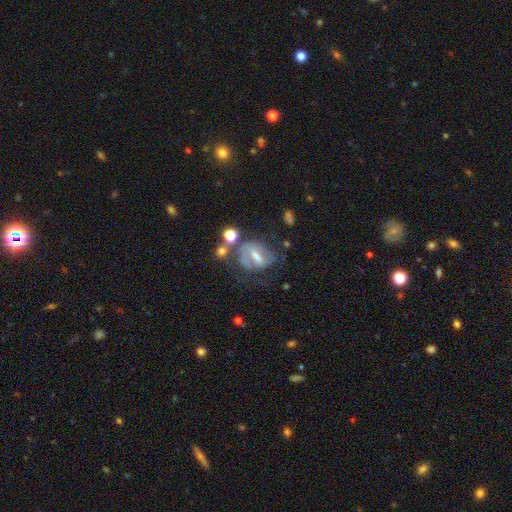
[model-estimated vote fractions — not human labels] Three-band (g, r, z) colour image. It shows a featured or disk galaxy (61%) with a strong bar (44%), spiral arms (60%) and a moderate central bulge (41%). Merging: none (42%).